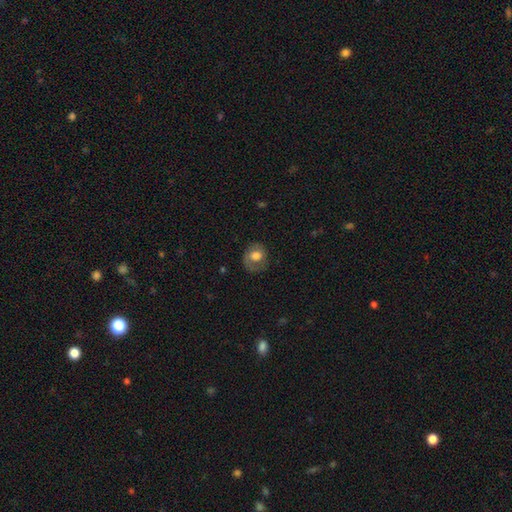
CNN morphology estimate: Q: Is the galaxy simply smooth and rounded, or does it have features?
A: smooth — 60%.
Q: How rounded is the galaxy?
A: round — 66%.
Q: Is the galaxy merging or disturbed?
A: none — 67%.